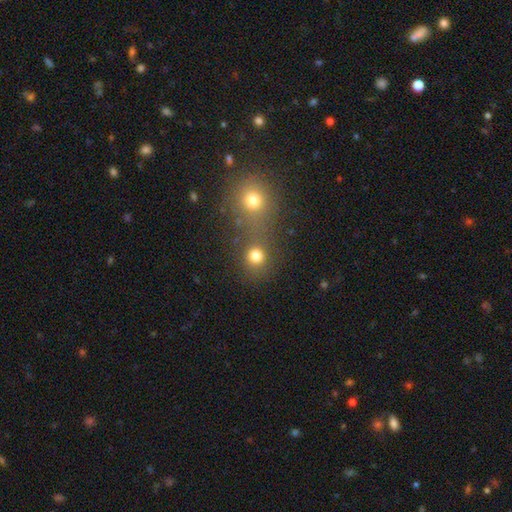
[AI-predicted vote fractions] smooth_or_featured: smooth (p=0.76) [alt: star or artifact p=0.17]
how_rounded: round (p=0.86) [alt: in between p=0.13]
merging: none (p=0.55) [alt: merger p=0.34]